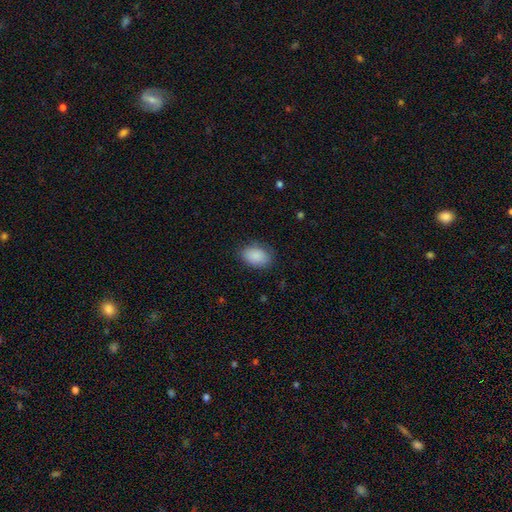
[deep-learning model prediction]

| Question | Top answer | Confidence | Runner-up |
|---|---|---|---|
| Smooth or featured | smooth | 89% | star or artifact (7%) |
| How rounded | in between | 84% | round (15%) |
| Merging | none | 81% | minor disturbance (15%) |